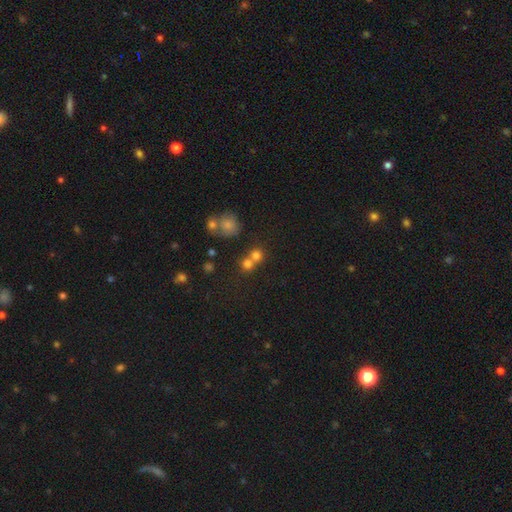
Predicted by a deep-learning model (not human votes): smooth 73%, star or artifact 17%, featured or disk 10%. Down the decision tree: how rounded — round (87%); merging — merger (46%).